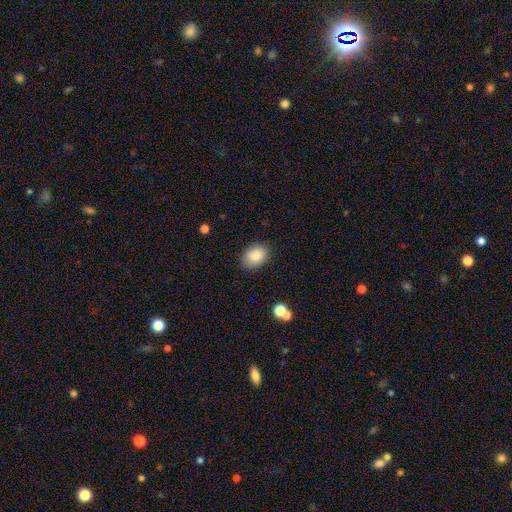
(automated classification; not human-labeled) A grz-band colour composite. It shows a smooth galaxy with no disk features (86%) that is in between round and cigar-shaped (76%). Merging: none (84%).